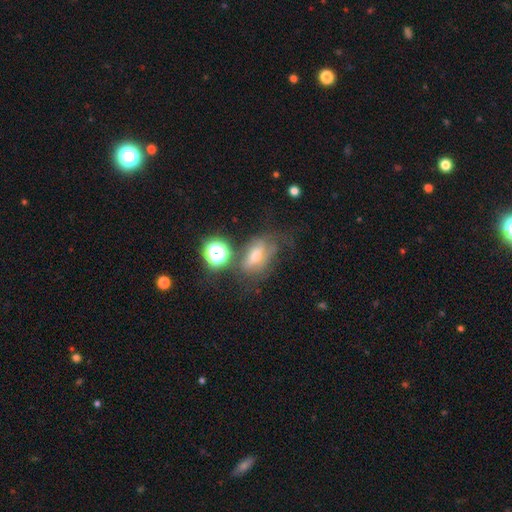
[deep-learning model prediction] A featured or disk galaxy (40%).

Vote fractions:
- Smooth or featured? featured or disk: 40% / smooth: 38% / star or artifact: 22%
- Merging? none: 42% / major disturbance: 24% / minor disturbance: 24% / merger: 10%